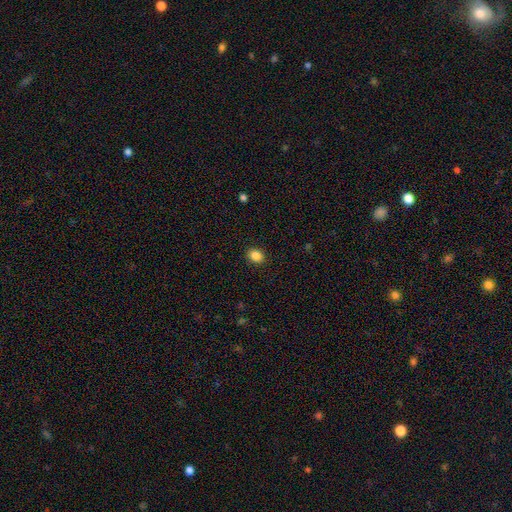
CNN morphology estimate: A smooth galaxy with no disk features (87%) that is round (53%).

Vote fractions:
- Smooth or featured? smooth: 87% / star or artifact: 10% / featured or disk: 4%
- How rounded? round: 53% / in between: 46% / cigar-shaped: 1%
- Merging? none: 91% / minor disturbance: 6% / major disturbance: 2% / merger: 1%